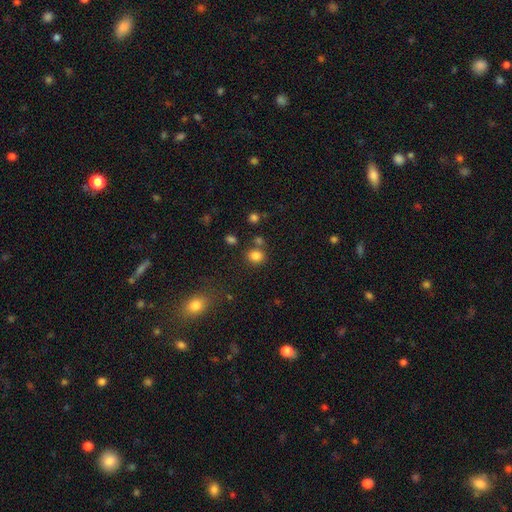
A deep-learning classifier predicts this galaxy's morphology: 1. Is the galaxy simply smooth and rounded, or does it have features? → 82% smooth, 13% star or artifact, 5% featured or disk.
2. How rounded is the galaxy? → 69% round, 30% in between, 1% cigar-shaped.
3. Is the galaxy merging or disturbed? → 74% none, 12% merger, 10% minor disturbance, 4% major disturbance.